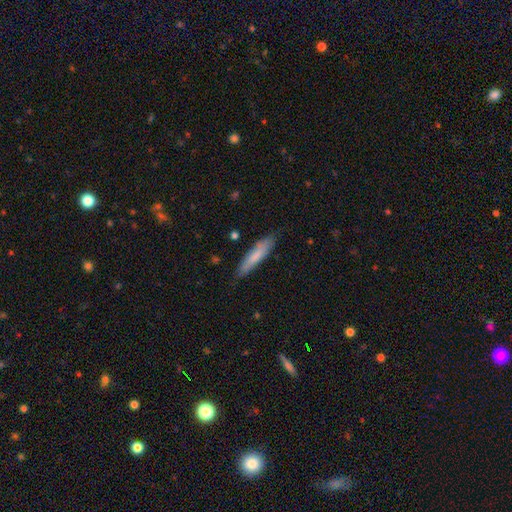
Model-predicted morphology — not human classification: Q: Smooth or featured?
A: smooth (75%); runner-up: featured or disk (19%)
Q: How rounded?
A: cigar-shaped (84%); runner-up: in between (15%)
Q: Merging?
A: none (81%); runner-up: minor disturbance (15%)